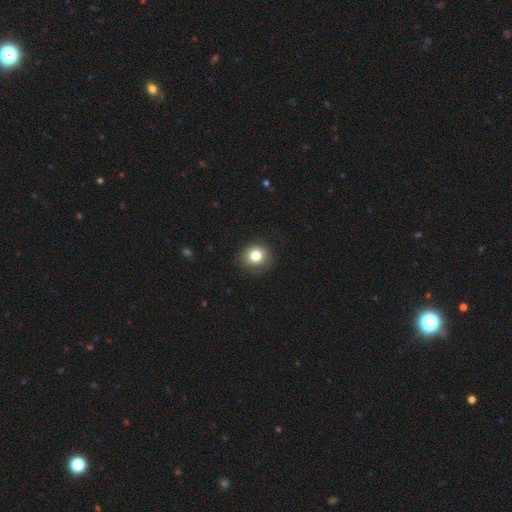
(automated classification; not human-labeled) This appears to be a smooth galaxy with no disk features (81%) that is round (82%). Merging: none (87%).